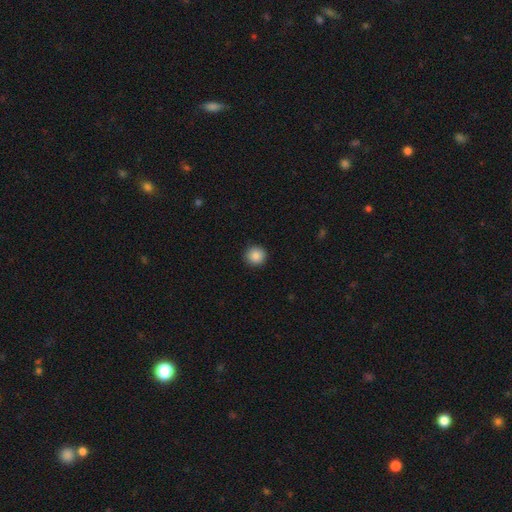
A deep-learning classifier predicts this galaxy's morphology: smooth 87%, star or artifact 9%, featured or disk 4%. Down the decision tree: how rounded — round (94%); merging — none (92%).